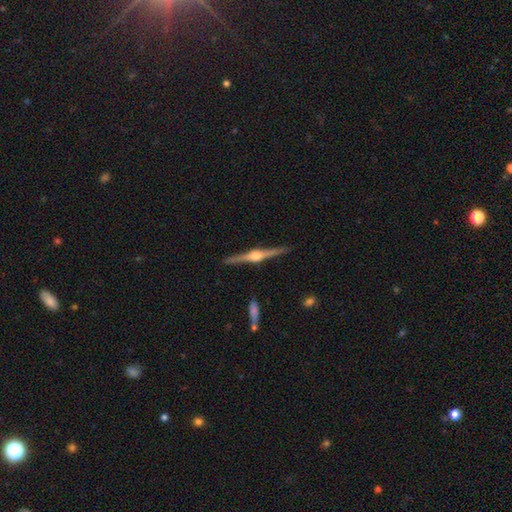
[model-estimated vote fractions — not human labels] Q: Smooth or featured?
A: featured or disk (86%); runner-up: smooth (9%)
Q: Edge-on disk?
A: yes (99%); runner-up: no (1%)
Q: Edge-on bulge?
A: rounded (92%); runner-up: boxy (6%)
Q: Merging?
A: none (90%); runner-up: minor disturbance (7%)